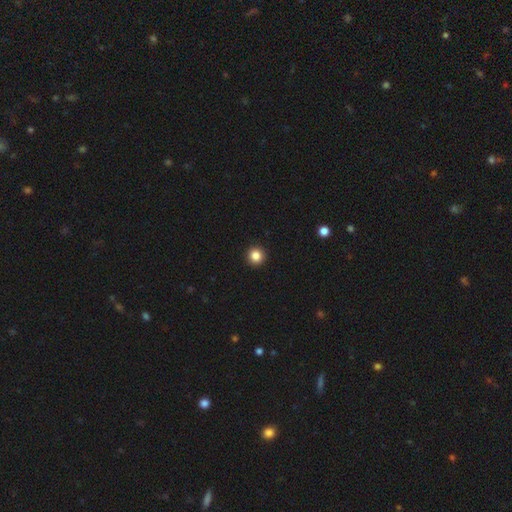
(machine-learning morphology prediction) Smooth or featured: smooth — 85% (star or artifact — 11%)
How rounded: round — 95% (in between — 4%)
Merging: none — 94% (minor disturbance — 4%)